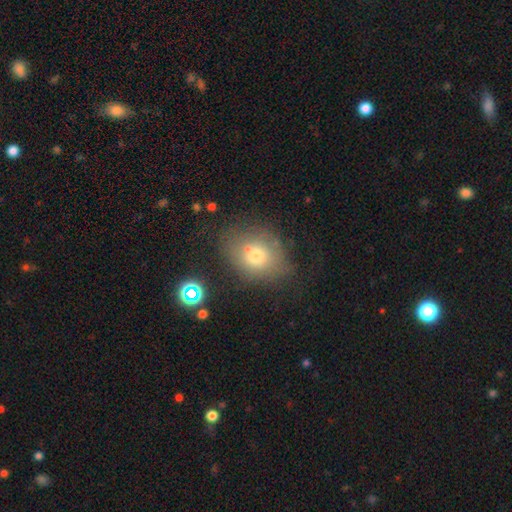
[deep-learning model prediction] smooth 68%, featured or disk 18%, star or artifact 14%. Down the decision tree: how rounded — in between (50%); merging — none (60%).